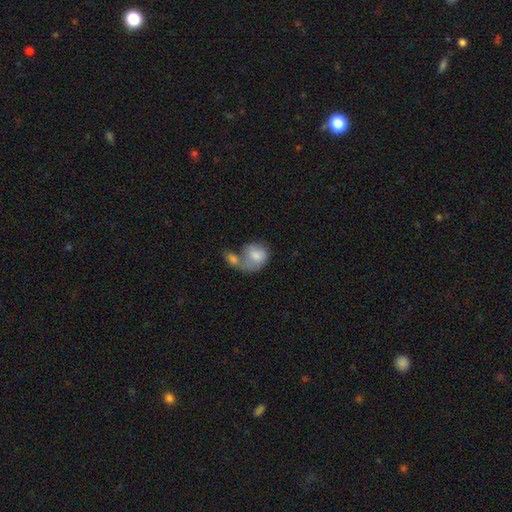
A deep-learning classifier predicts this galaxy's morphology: smooth_or_featured: smooth (p=0.75) [alt: featured or disk p=0.19]
how_rounded: in between (p=0.51) [alt: round p=0.48]
merging: merger (p=0.57) [alt: none p=0.16]